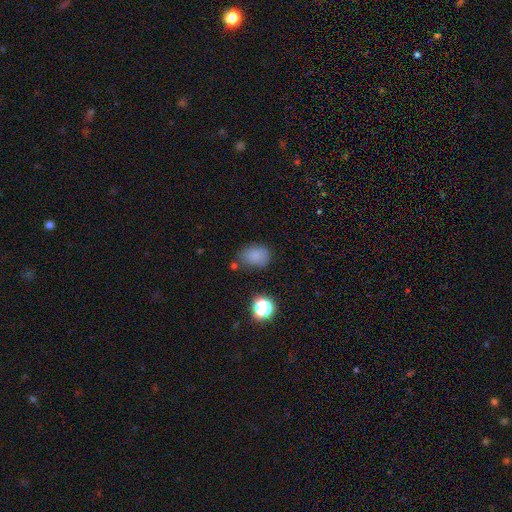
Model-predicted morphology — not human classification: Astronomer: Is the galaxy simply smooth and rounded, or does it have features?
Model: smooth — 79%.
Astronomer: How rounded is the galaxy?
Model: in between — 69%.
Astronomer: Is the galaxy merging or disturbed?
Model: none — 66%.